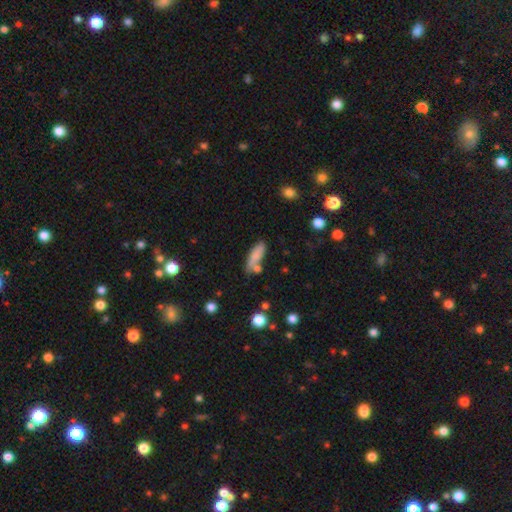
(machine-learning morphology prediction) Smooth or featured?
  - smooth: 78% *
  - featured or disk: 14%
  - star or artifact: 8%
How rounded?
  - in between: 54% *
  - cigar-shaped: 44%
  - round: 3%
Merging?
  - none: 58% *
  - minor disturbance: 21%
  - merger: 16%
  - major disturbance: 6%